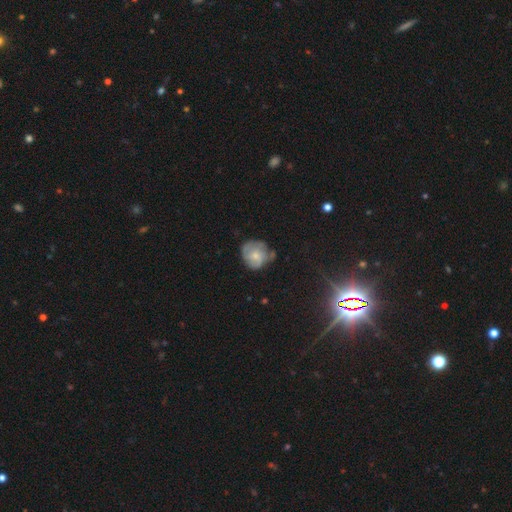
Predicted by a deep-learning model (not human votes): smooth-or-featured: smooth: 48% | featured or disk: 44% | star or artifact: 8%
  merging: none: 52% | minor disturbance: 32% | major disturbance: 12% | merger: 5%